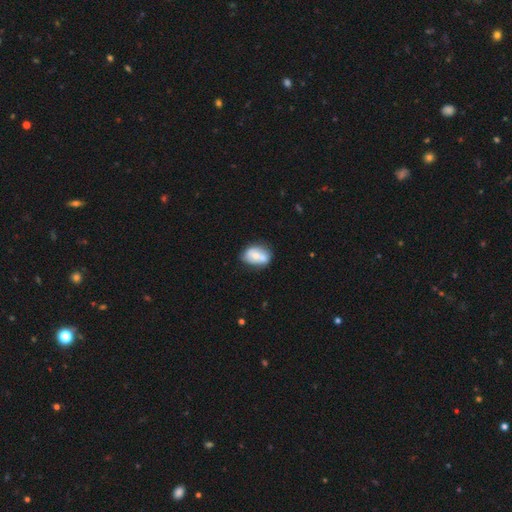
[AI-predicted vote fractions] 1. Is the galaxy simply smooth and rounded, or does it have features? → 54% smooth, 38% featured or disk, 7% star or artifact.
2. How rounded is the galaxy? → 78% in between, 20% round, 2% cigar-shaped.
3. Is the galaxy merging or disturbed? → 48% none, 24% merger, 22% minor disturbance, 6% major disturbance.